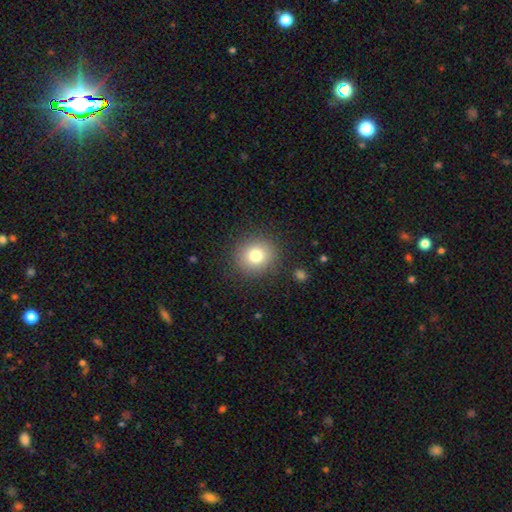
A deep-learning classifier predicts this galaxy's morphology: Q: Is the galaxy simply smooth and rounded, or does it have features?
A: smooth — 77%.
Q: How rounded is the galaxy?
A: round — 89%.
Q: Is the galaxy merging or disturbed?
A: none — 88%.